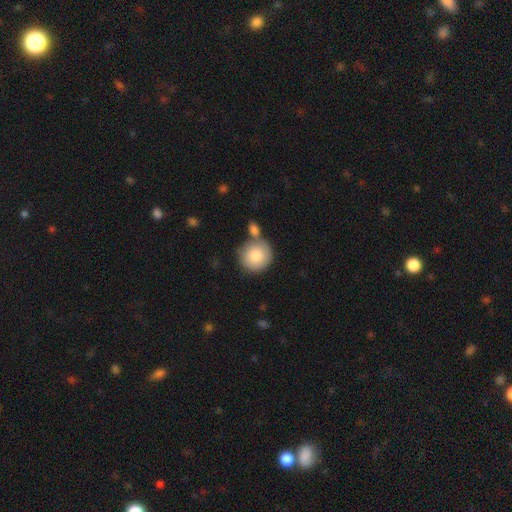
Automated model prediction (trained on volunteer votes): Morphology: type=smooth (83%); roundness=round (92%); merging=none (61%).